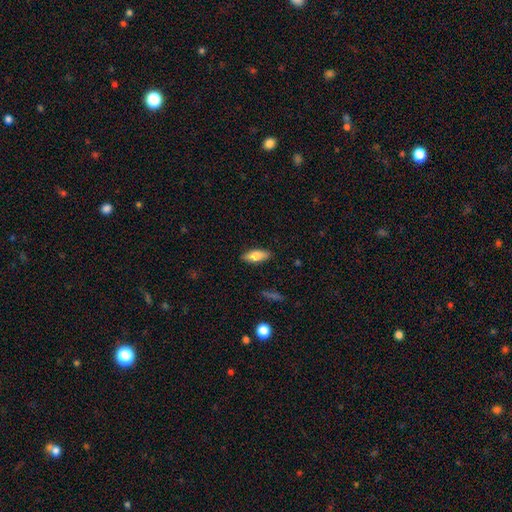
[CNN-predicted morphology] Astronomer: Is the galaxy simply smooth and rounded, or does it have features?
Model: smooth — 76%.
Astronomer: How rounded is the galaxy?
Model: in between — 72%.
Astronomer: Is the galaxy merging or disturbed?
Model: none — 87%.